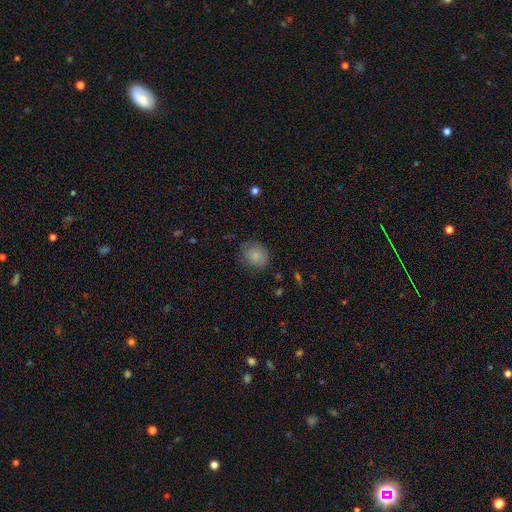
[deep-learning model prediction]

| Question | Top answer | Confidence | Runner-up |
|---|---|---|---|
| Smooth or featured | smooth | 82% | featured or disk (9%) |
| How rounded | round | 65% | in between (34%) |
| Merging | none | 75% | minor disturbance (19%) |